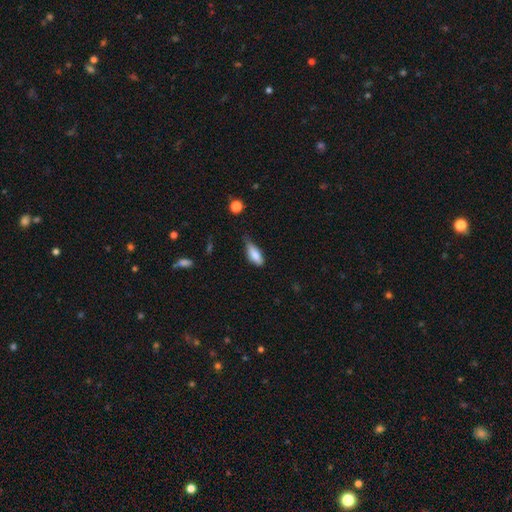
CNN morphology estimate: This is likely a smooth galaxy (74%). How rounded: likely in between (73%). Merging: marginally minor disturbance (44%).